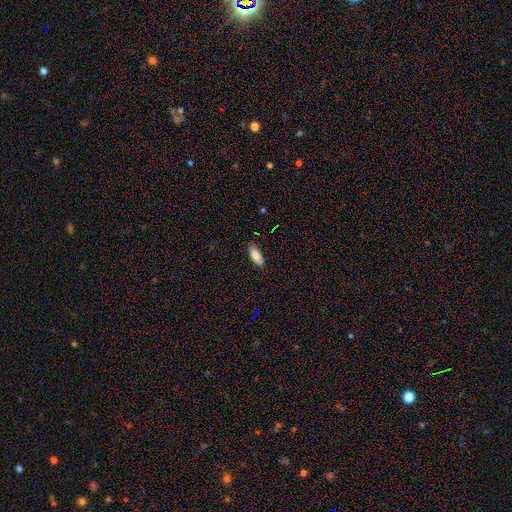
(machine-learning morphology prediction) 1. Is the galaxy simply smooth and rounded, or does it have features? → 81% smooth, 12% featured or disk, 7% star or artifact.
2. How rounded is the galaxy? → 80% in between, 18% cigar-shaped, 2% round.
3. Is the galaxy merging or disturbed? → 84% none, 13% minor disturbance, 2% major disturbance, 1% merger.